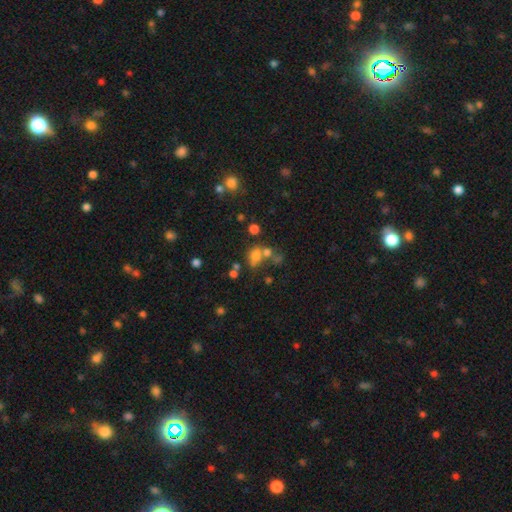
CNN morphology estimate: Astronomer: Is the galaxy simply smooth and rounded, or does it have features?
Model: smooth — 64%.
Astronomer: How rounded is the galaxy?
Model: round — 56% (runner-up: in between, 43%).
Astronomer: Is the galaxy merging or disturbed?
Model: merger — 39% (runner-up: none, 38%).